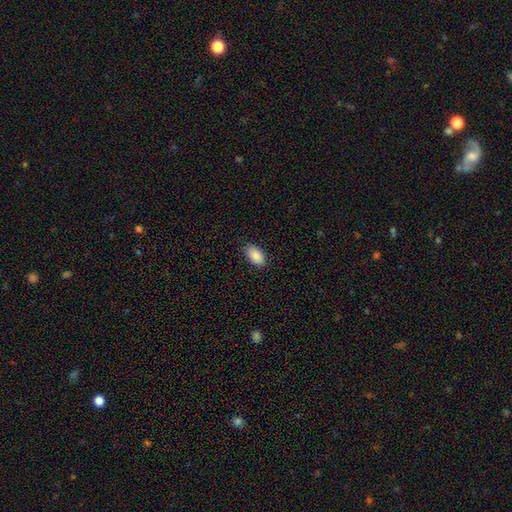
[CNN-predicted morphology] Smooth or featured? Predicted: smooth (p=0.88). How rounded? Predicted: in between (p=0.94). Merging? Predicted: none (p=0.84).